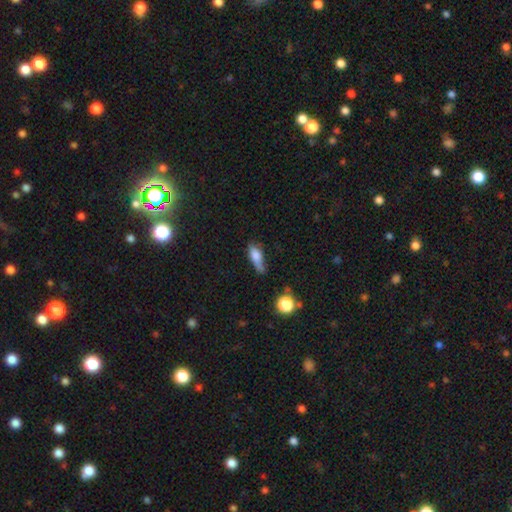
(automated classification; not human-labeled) smooth_or_featured: smooth (p=0.68) [alt: featured or disk p=0.22]
how_rounded: in between (p=0.55) [alt: cigar-shaped p=0.39]
merging: none (p=0.40) [alt: minor disturbance p=0.37]